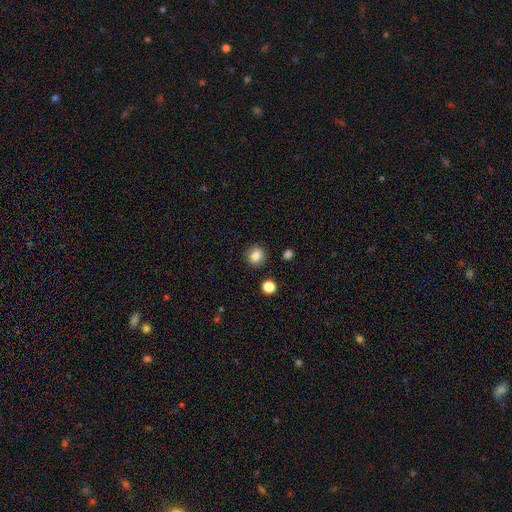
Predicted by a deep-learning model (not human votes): This appears to be a smooth galaxy with no disk features (82%) that is round (76%). Merging: none (84%).